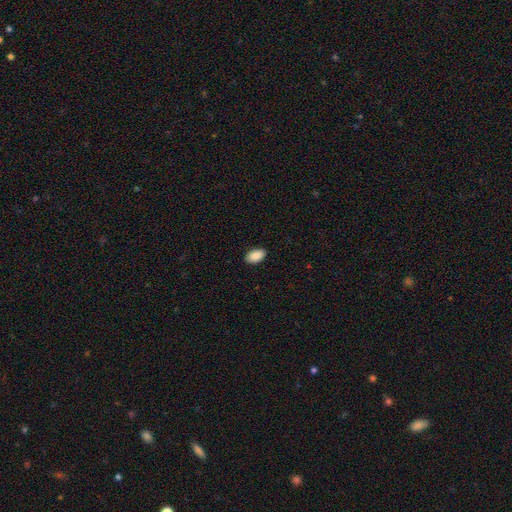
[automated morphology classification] Overall: smooth (89%). How rounded: in between (94%). Merging: none (89%).